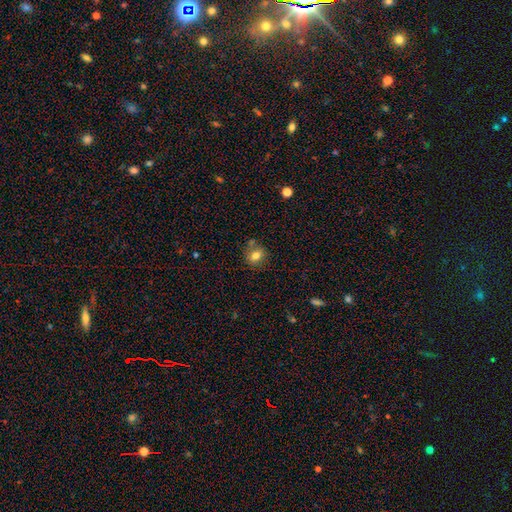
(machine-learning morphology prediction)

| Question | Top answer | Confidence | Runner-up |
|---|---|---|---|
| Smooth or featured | smooth | 78% | star or artifact (12%) |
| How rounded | round | 69% | in between (30%) |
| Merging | none | 70% | minor disturbance (15%) |